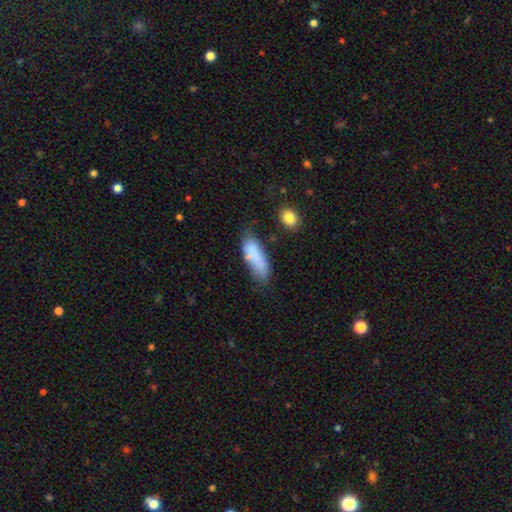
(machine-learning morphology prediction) The model was most divided on "how rounded": in between: 58%, cigar-shaped: 40%, round: 2%. Remaining: smooth or featured — smooth (77%); merging — none (48%).